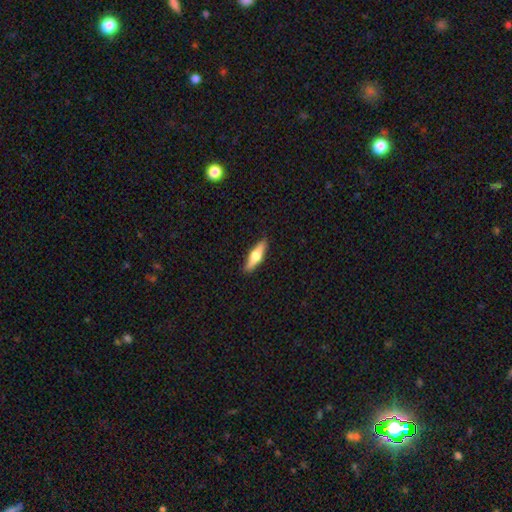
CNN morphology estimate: Smooth or featured? featured or disk (48%)
Merging? none (90%)